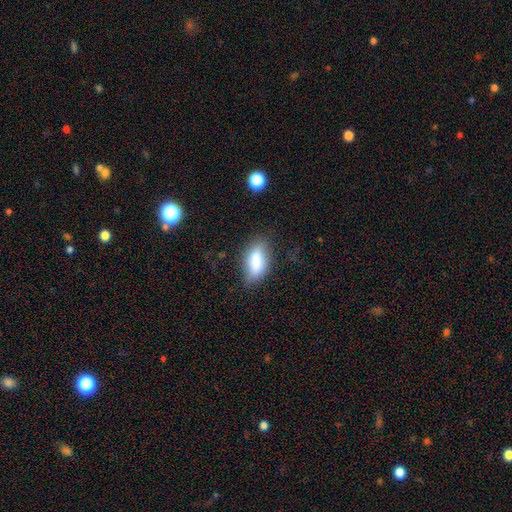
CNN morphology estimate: type=smooth (81%); roundness=in between (85%); merging=none (70%).